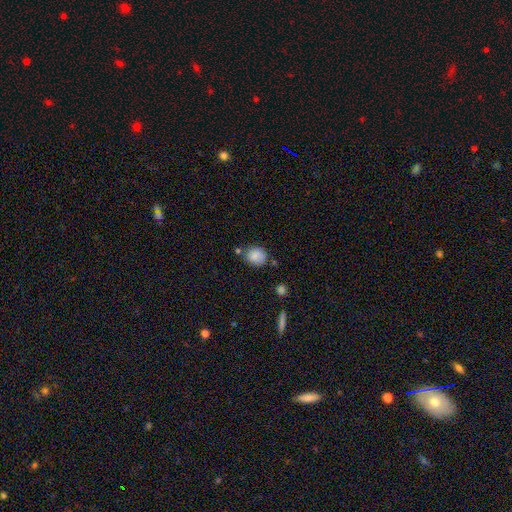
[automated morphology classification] type=smooth (84%); roundness=round (65%); merging=none (67%).